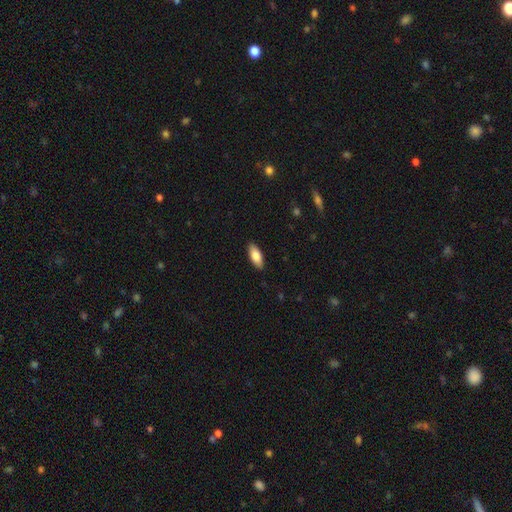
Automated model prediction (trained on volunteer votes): Q: Smooth or featured?
A: smooth (81%); runner-up: featured or disk (13%)
Q: How rounded?
A: in between (79%); runner-up: cigar-shaped (19%)
Q: Merging?
A: none (89%); runner-up: minor disturbance (8%)